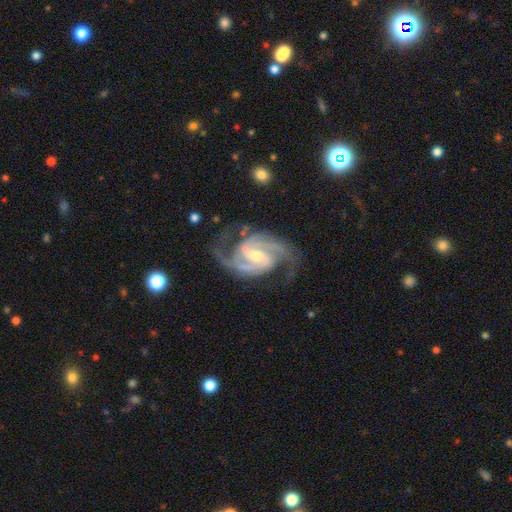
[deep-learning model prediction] featured or disk 94%, star or artifact 4%, smooth 2%. Down the decision tree: edge-on disk — no (98%); bar — weak (44%); spiral arms — yes (99%); spiral arm count — 2 (64%); spiral winding — medium (56%); bulge size — small (51%); merging — none (72%).